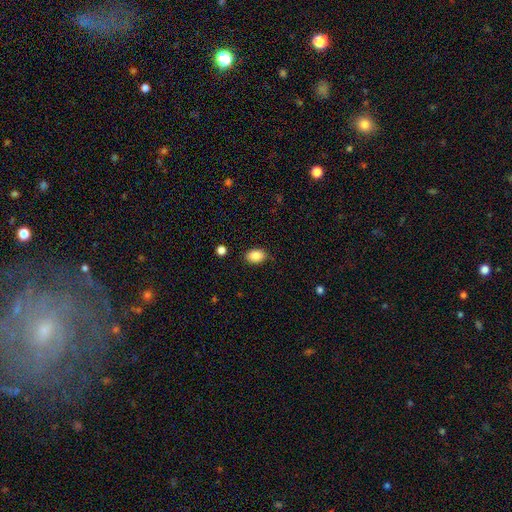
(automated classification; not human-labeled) A smooth galaxy with no disk features (86%) that is in between round and cigar-shaped (78%). Merging: none (82%).